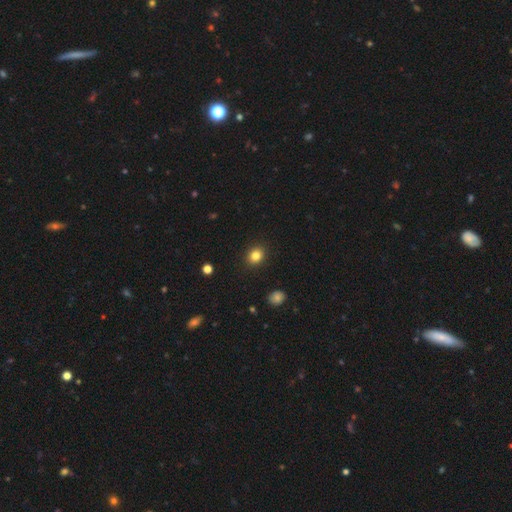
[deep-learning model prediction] This appears to be a smooth galaxy with no disk features (83%) that is round (64%). Merging: none (91%).